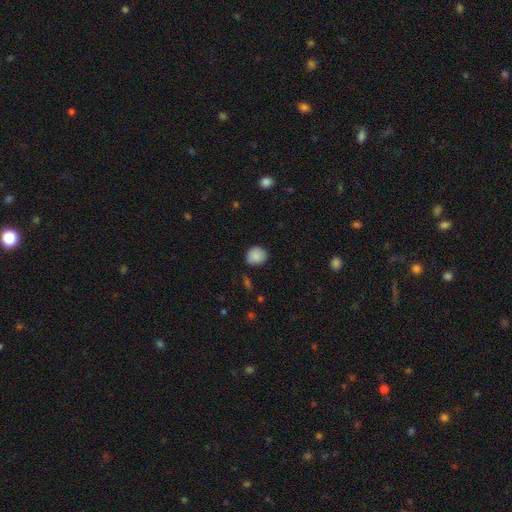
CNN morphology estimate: Smooth or featured? Predicted: smooth (p=0.84). How rounded? Predicted: round (p=0.76). Merging? Predicted: none (p=0.77).